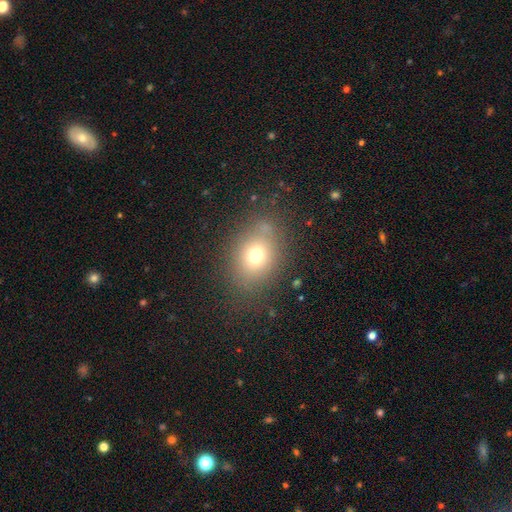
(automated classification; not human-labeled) This appears to be a smooth galaxy with no disk features (70%) that is in between round and cigar-shaped (59%). Merging: none (75%).